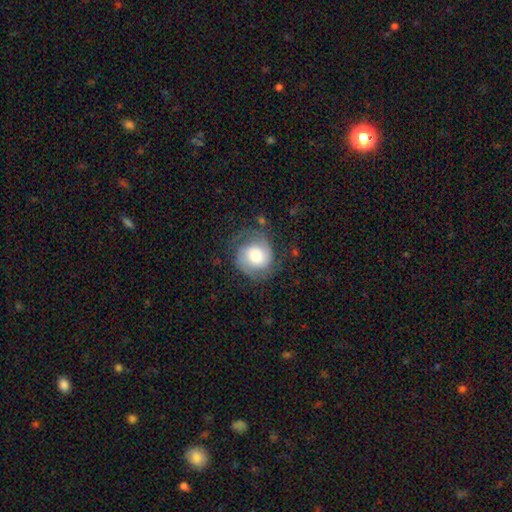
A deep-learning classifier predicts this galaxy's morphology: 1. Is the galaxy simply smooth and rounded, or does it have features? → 59% featured or disk, 33% smooth, 8% star or artifact.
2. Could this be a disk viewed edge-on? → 98% no, 2% yes.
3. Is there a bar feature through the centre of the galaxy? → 67% no, 27% weak, 6% strong.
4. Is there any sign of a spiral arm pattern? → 89% yes, 11% no.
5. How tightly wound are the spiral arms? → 42% tight, 41% medium, 17% loose.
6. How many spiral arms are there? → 79% 2, 9% can't tell, 7% 1, 3% 3, 1% 4, 1% more than 4.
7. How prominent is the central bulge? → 41% large, 39% moderate, 10% small, 8% dominant, 3% none.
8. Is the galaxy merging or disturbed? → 64% none, 22% minor disturbance, 13% major disturbance, 2% merger.